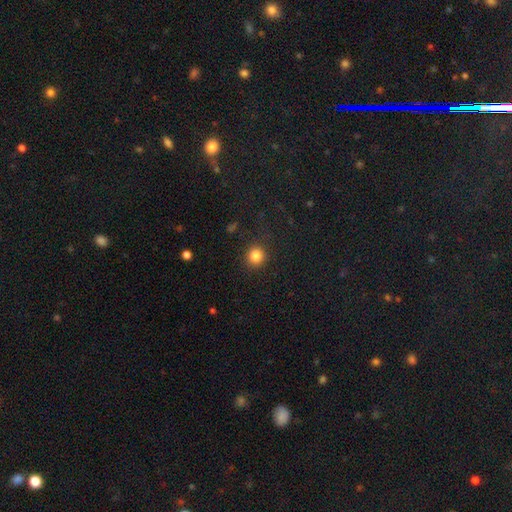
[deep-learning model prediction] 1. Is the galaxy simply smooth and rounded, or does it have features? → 84% smooth, 12% star or artifact, 5% featured or disk.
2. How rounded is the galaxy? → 89% round, 10% in between, 1% cigar-shaped.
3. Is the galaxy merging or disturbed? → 88% none, 7% minor disturbance, 3% major disturbance, 1% merger.